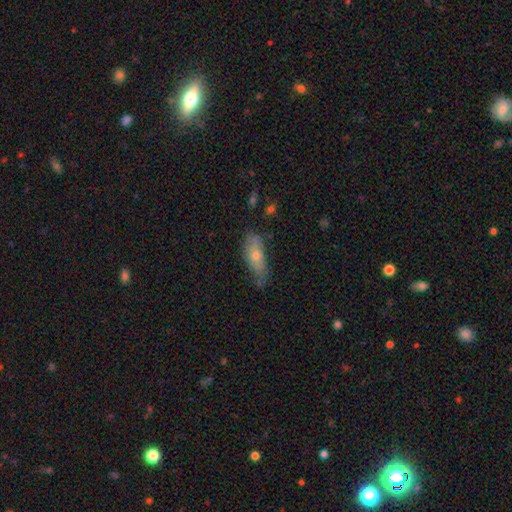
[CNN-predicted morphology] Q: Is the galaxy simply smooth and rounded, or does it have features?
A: smooth — 61%.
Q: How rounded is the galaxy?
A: in between — 62%.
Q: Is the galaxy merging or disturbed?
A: none — 57%.